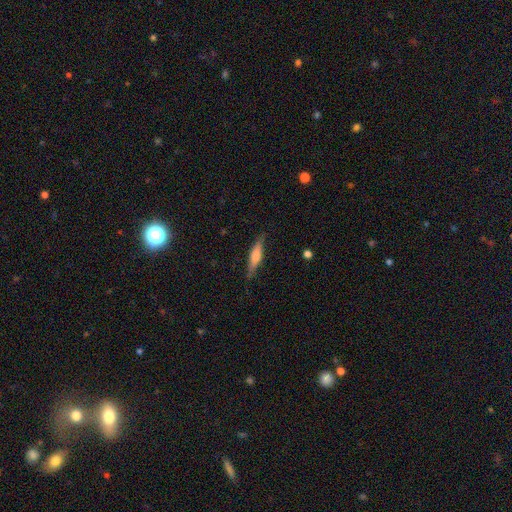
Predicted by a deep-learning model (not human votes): smooth 54%, featured or disk 39%, star or artifact 6%. Down the decision tree: how rounded — cigar-shaped (77%); merging — none (80%).